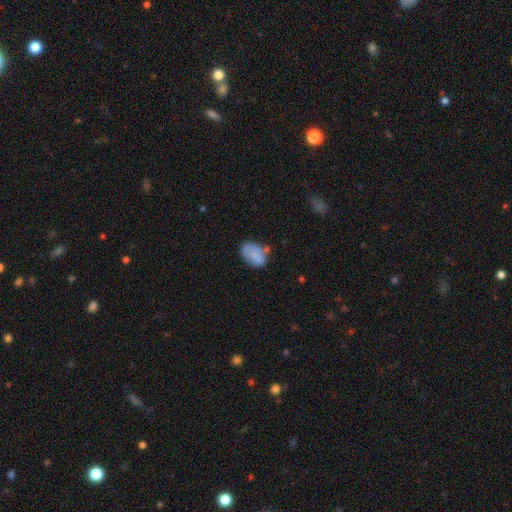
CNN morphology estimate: type=smooth (76%); roundness=in between (85%); merging=none (45%).